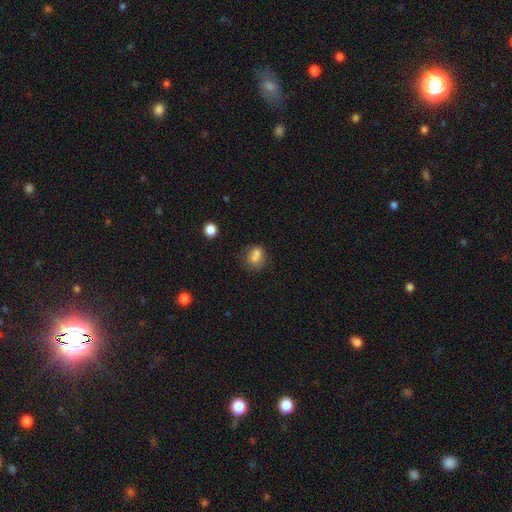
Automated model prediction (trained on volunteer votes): The model was most divided on "merging": none: 43%, merger: 38%, minor disturbance: 14%, major disturbance: 6%. More confident: smooth or featured — smooth (74%); how rounded — round (63%).